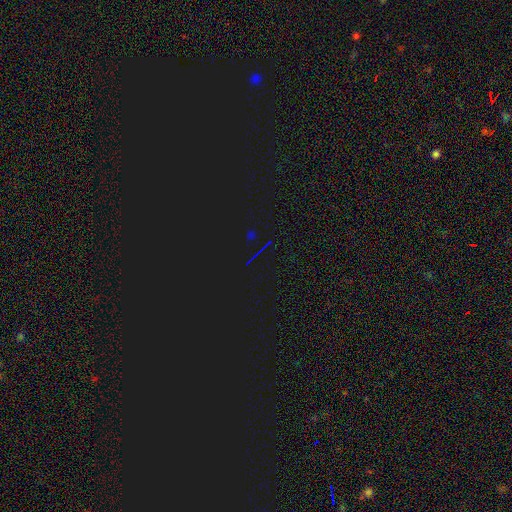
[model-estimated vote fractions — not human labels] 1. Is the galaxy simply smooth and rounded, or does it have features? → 83% star or artifact, 10% smooth, 7% featured or disk.